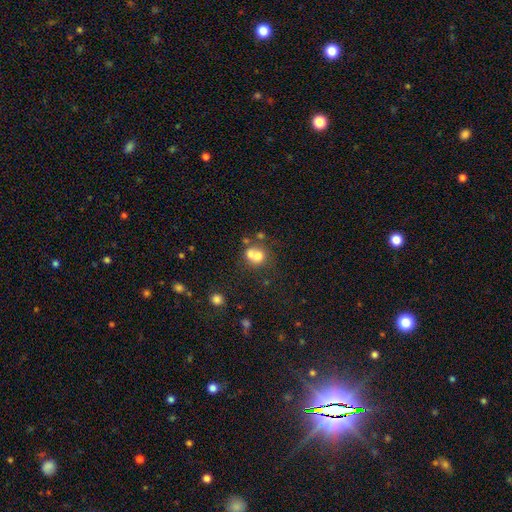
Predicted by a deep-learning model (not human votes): This is likely a smooth galaxy (67%). How rounded: likely round (75%). Merging: possibly merger (55%).